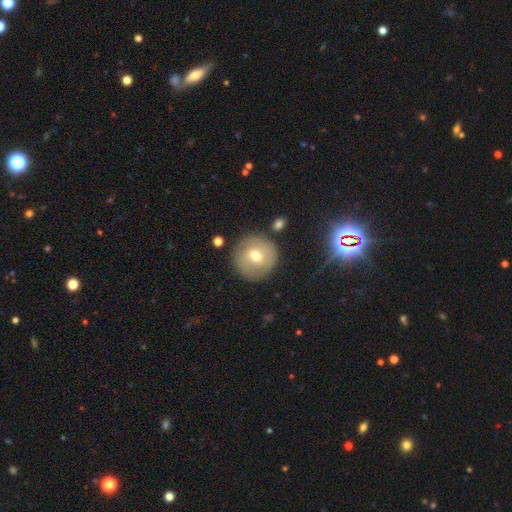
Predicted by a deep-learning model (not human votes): smooth_or_featured: smooth (p=0.59) [alt: featured or disk p=0.30]
how_rounded: round (p=0.95) [alt: in between p=0.04]
merging: none (p=0.84) [alt: minor disturbance p=0.10]